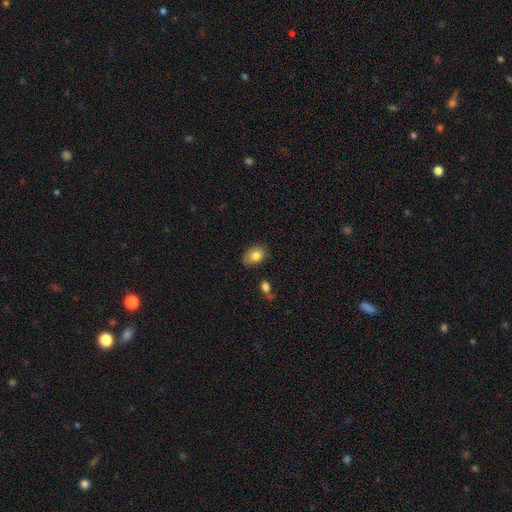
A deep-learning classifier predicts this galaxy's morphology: smooth_or_featured: smooth (p=0.82) [alt: featured or disk p=0.10]
how_rounded: in between (p=0.78) [alt: round p=0.21]
merging: none (p=0.74) [alt: minor disturbance p=0.20]